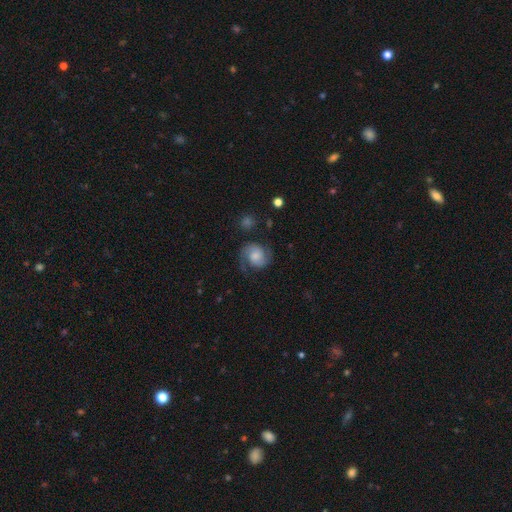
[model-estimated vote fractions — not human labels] Smooth or featured? Predicted: featured or disk (p=0.75). Edge-on disk? Predicted: no (p=0.98). Bar? Predicted: no (p=0.64). Spiral arms? Predicted: yes (p=0.96). Spiral winding? Predicted: medium (p=0.49). Spiral arm count? Predicted: 2 (p=0.87). Bulge size? Predicted: moderate (p=0.35). Merging? Predicted: none (p=0.70).